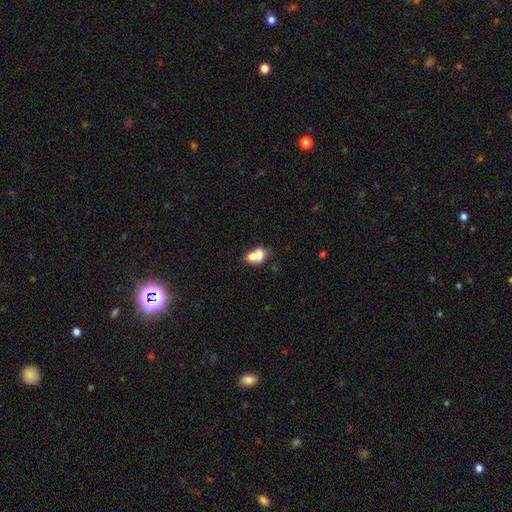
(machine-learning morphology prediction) This is likely a smooth galaxy (65%). How rounded: likely in between (61%). Merging: likely merger (61%).